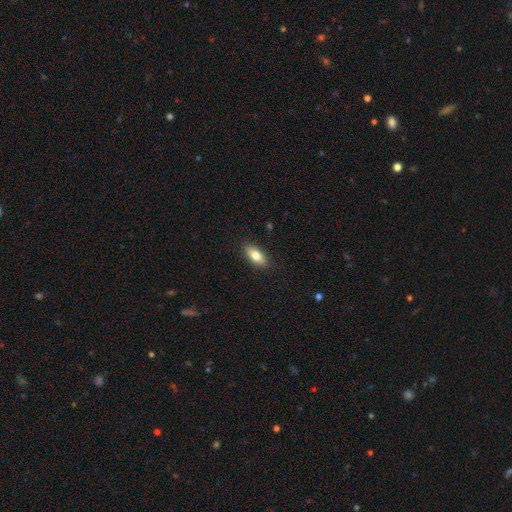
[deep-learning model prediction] smooth_or_featured: smooth (p=0.77) [alt: featured or disk p=0.17]
how_rounded: in between (p=0.80) [alt: cigar-shaped p=0.17]
merging: none (p=0.88) [alt: minor disturbance p=0.09]